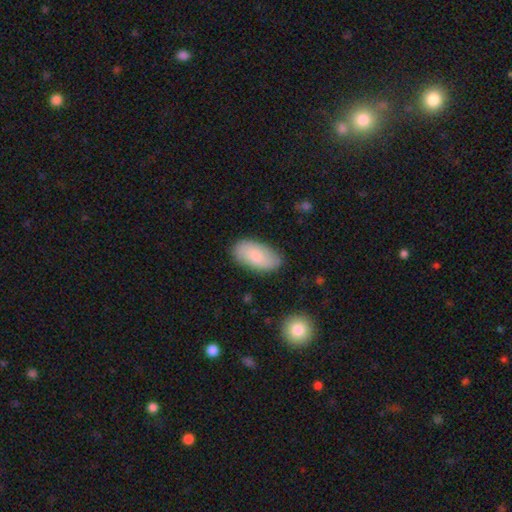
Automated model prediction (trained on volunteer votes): Q: Smooth or featured?
A: smooth (79%); runner-up: featured or disk (15%)
Q: How rounded?
A: in between (94%); runner-up: cigar-shaped (3%)
Q: Merging?
A: none (82%); runner-up: minor disturbance (14%)